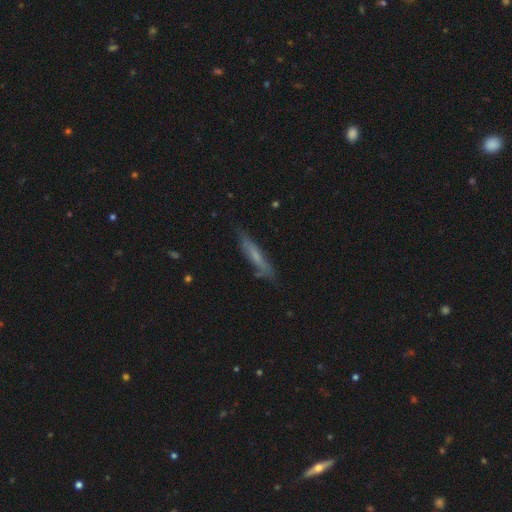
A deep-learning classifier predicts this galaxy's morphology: This is possibly a smooth galaxy (51%). How rounded: clearly cigar-shaped (88%). Merging: likely none (77%).